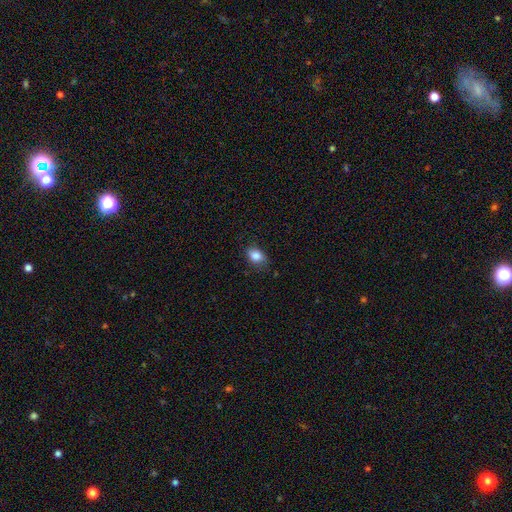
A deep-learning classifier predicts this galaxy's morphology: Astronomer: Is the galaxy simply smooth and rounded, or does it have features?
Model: smooth — 85%.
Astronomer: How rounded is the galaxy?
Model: in between — 76%.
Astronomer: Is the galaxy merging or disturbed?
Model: none — 73%.